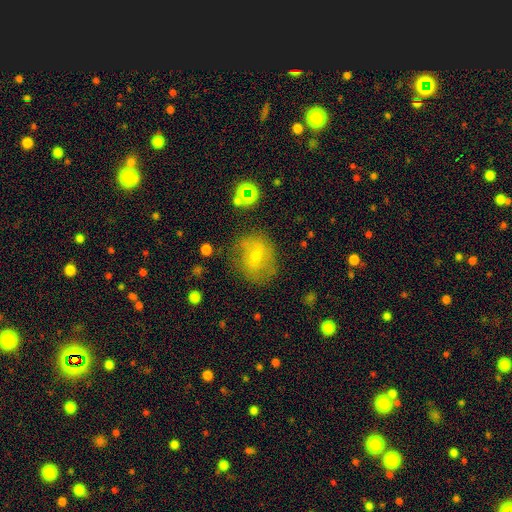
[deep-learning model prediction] Smooth or featured? smooth (50%)
Merging? none (68%)